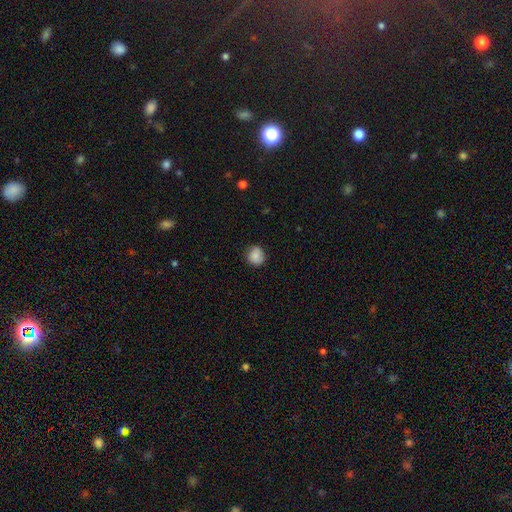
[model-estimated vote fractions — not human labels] smooth_or_featured: smooth (p=0.83) [alt: star or artifact p=0.08]
how_rounded: round (p=0.83) [alt: in between p=0.16]
merging: none (p=0.81) [alt: minor disturbance p=0.15]